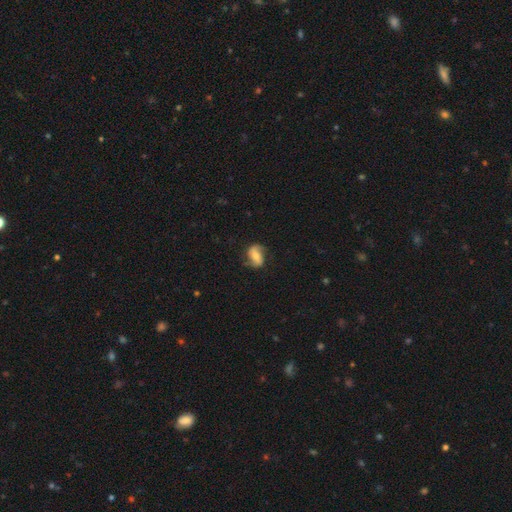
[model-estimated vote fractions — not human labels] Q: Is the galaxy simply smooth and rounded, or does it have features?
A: featured or disk — 56%.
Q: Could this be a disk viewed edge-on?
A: no — 96%.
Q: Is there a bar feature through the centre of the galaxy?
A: no — 36%.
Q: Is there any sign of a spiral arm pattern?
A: yes — 88%.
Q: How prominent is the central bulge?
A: moderate — 47%.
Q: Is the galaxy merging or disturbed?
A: none — 70%.